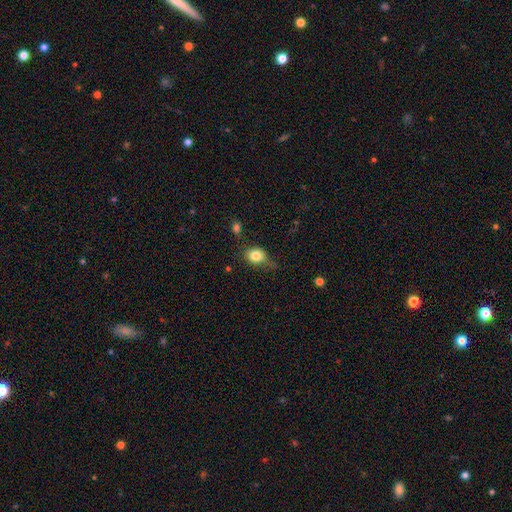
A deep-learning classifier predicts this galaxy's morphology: A smooth galaxy with no disk features (80%) that is round (55%).

Vote fractions:
- Smooth or featured? smooth: 80% / featured or disk: 10% / star or artifact: 10%
- How rounded? round: 55% / in between: 44% / cigar-shaped: 1%
- Merging? none: 54% / minor disturbance: 31% / major disturbance: 11% / merger: 4%